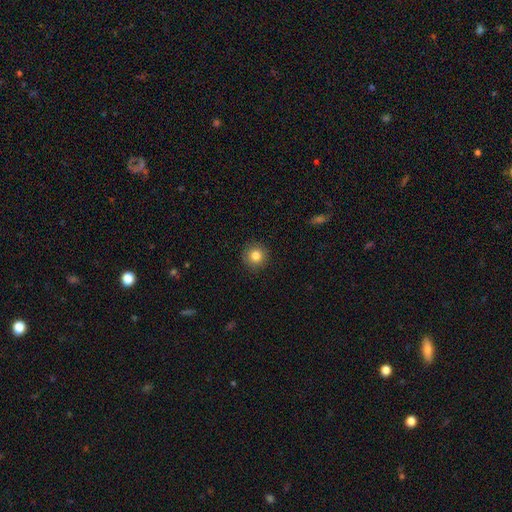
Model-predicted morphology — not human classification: A smooth galaxy with no disk features (83%) that is round (94%).

Vote fractions:
- Smooth or featured? smooth: 83% / star or artifact: 10% / featured or disk: 6%
- How rounded? round: 94% / in between: 5% / cigar-shaped: 1%
- Merging? none: 91% / minor disturbance: 6% / major disturbance: 2% / merger: 1%